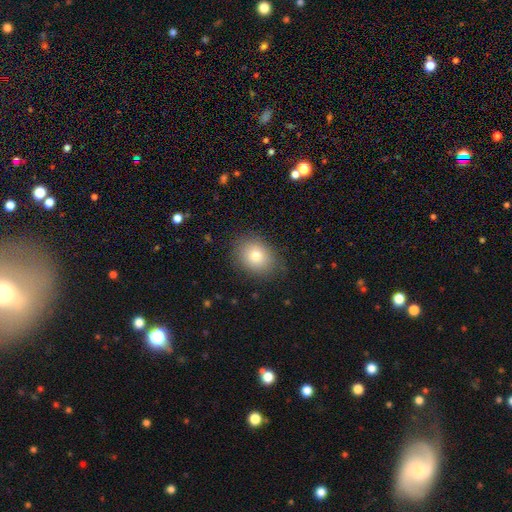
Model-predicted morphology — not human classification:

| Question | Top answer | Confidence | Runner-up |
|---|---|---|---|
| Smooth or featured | smooth | 78% | featured or disk (12%) |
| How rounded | in between | 52% | round (47%) |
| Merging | none | 83% | minor disturbance (12%) |